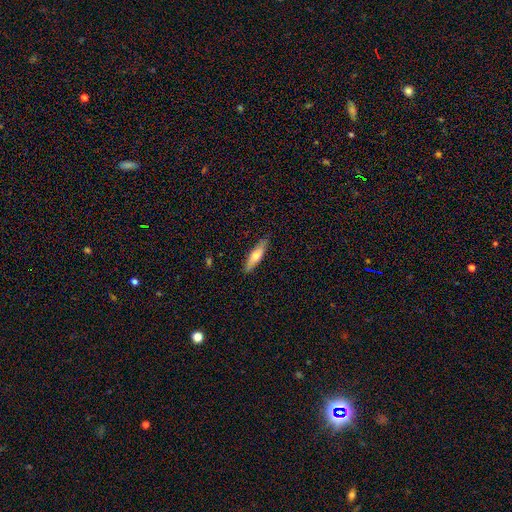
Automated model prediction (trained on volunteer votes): Morphology: type=smooth (60%); roundness=cigar-shaped (65%); merging=none (84%).